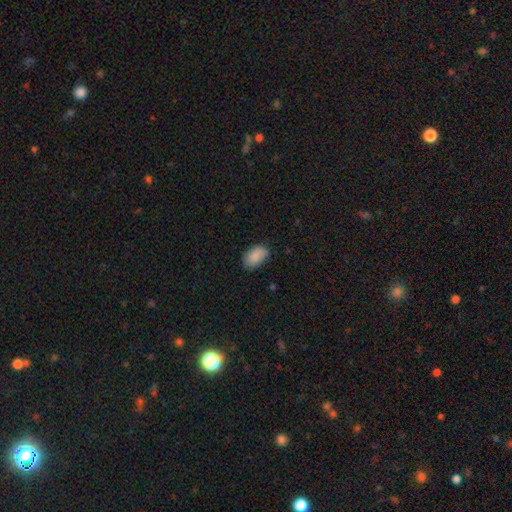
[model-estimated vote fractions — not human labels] Smooth or featured? smooth (88%)
How rounded? in between (90%)
Merging? none (79%)